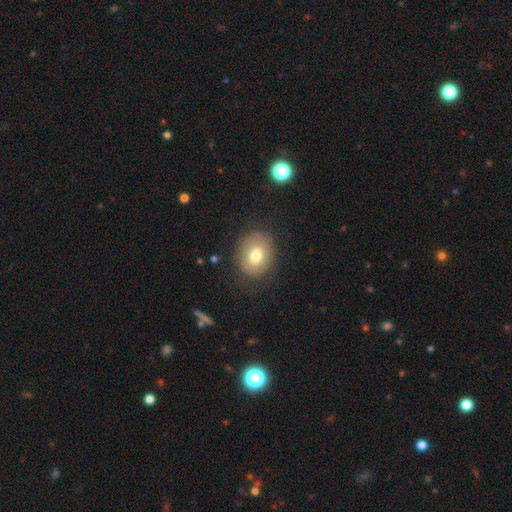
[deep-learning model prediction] A smooth galaxy with no disk features (68%) that is in between round and cigar-shaped (52%).

Vote fractions:
- Smooth or featured? smooth: 68% / featured or disk: 23% / star or artifact: 9%
- How rounded? in between: 52% / round: 47% / cigar-shaped: 1%
- Merging? none: 77% / minor disturbance: 15% / major disturbance: 7% / merger: 1%